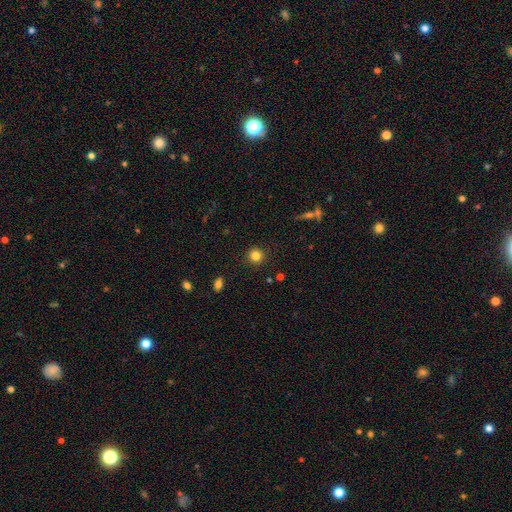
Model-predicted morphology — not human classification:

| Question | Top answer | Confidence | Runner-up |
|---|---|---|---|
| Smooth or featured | smooth | 82% | star or artifact (12%) |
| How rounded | round | 93% | in between (6%) |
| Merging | none | 91% | minor disturbance (6%) |